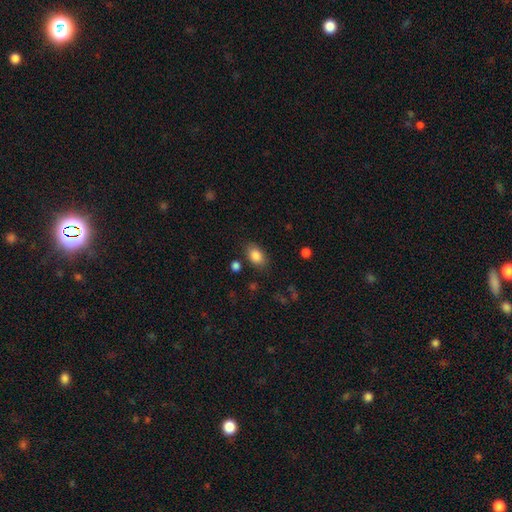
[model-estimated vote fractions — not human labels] The model was most divided on "merging": none: 80%, minor disturbance: 13%, major disturbance: 4%, merger: 3%. More confident: smooth or featured — smooth (86%); how rounded — in between (85%).